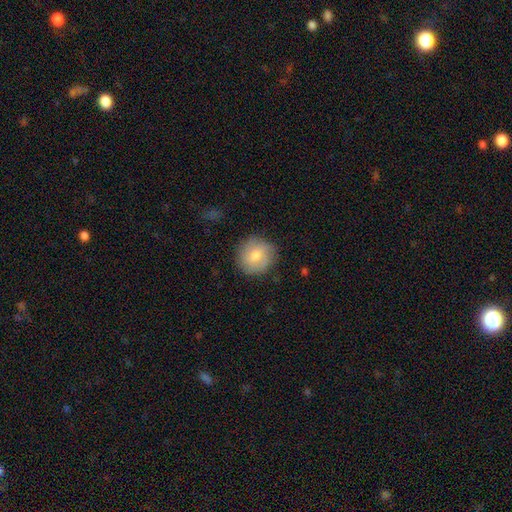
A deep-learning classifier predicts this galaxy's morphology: Smooth or featured: smooth — 66% (featured or disk — 27%)
How rounded: round — 91% (in between — 8%)
Merging: none — 83% (minor disturbance — 13%)